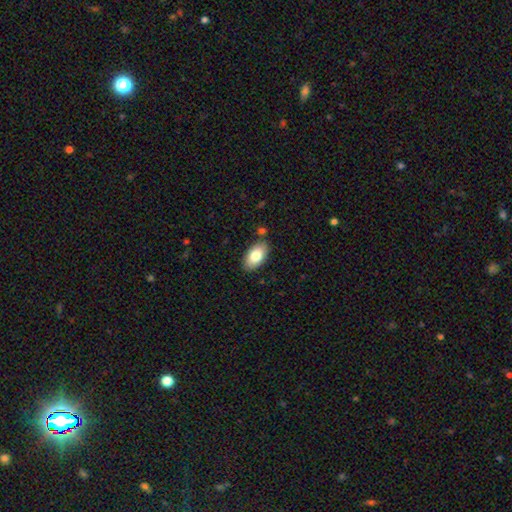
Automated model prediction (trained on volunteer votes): Smooth or featured? Predicted: smooth (p=0.82). How rounded? Predicted: in between (p=0.95). Merging? Predicted: none (p=0.84).